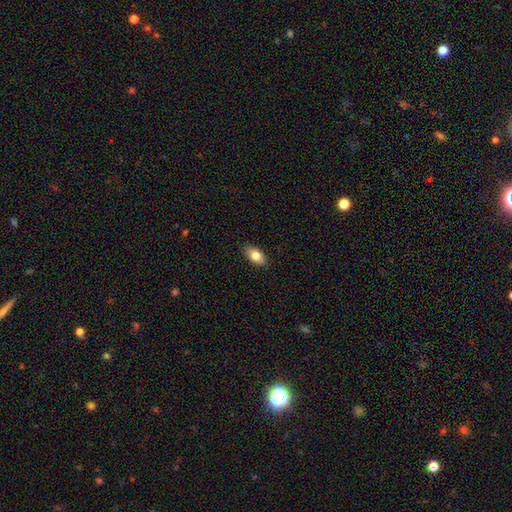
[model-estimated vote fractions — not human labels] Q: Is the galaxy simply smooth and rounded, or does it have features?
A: smooth — 79%.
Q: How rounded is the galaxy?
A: in between — 90%.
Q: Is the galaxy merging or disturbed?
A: none — 88%.